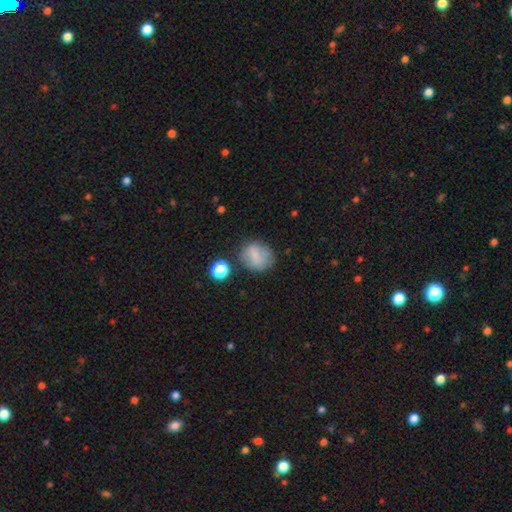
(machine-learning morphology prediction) Smooth or featured? smooth (73%)
How rounded? round (64%)
Merging? none (68%)